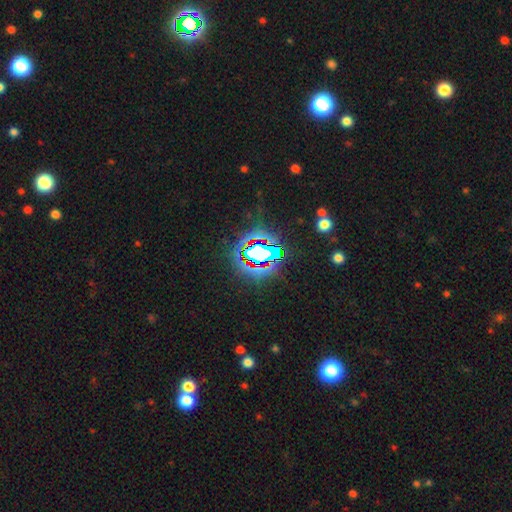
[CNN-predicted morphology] Overall: star or artifact (79%).